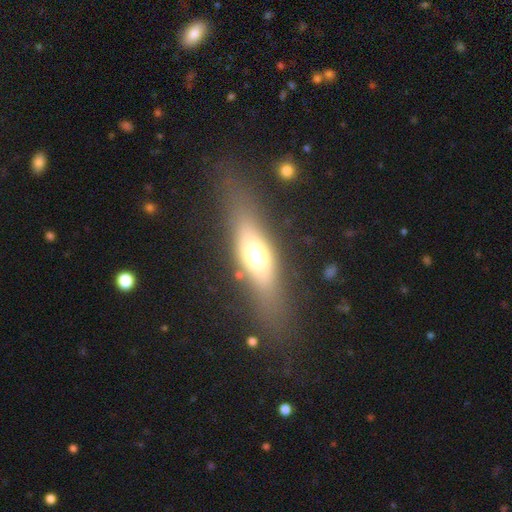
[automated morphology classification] The model was most divided on "how rounded": in between: 49%, cigar-shaped: 46%, round: 5%. More confident: merging — none (75%); smooth or featured — smooth (54%).